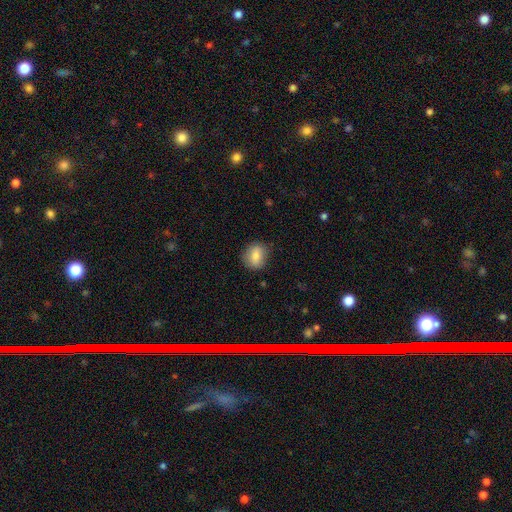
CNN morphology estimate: smooth-or-featured: smooth: 82% | featured or disk: 10% | star or artifact: 8%
  how-rounded: round: 69% | in between: 30% | cigar-shaped: 1%
  merging: none: 80% | minor disturbance: 15% | major disturbance: 4% | merger: 1%